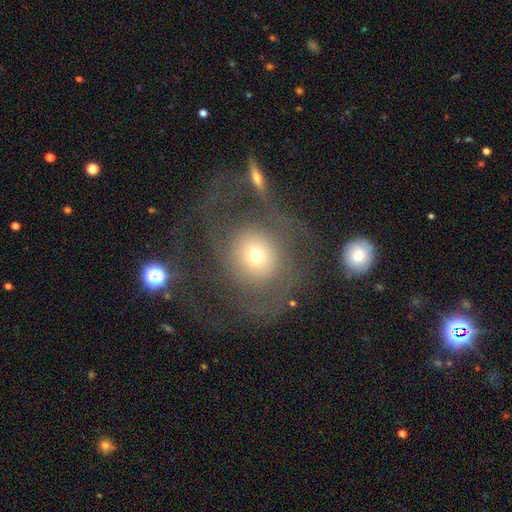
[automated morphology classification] Smooth or featured?
  - smooth: 48% *
  - featured or disk: 40%
  - star or artifact: 12%
Merging?
  - none: 43% *
  - major disturbance: 32%
  - minor disturbance: 14%
  - merger: 11%